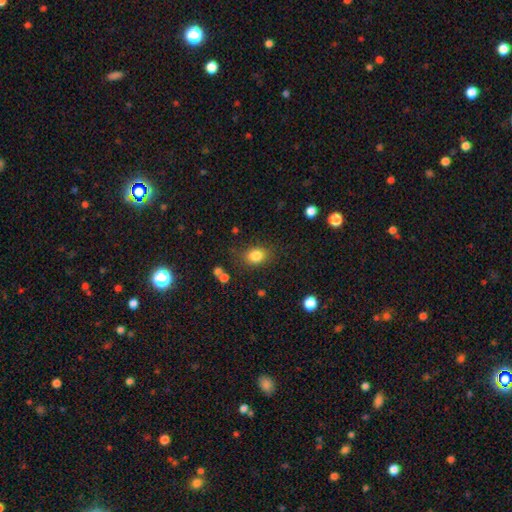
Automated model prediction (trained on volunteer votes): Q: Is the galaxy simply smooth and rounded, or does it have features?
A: smooth — 83%.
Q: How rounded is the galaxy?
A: in between — 59%.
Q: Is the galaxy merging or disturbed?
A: none — 78%.